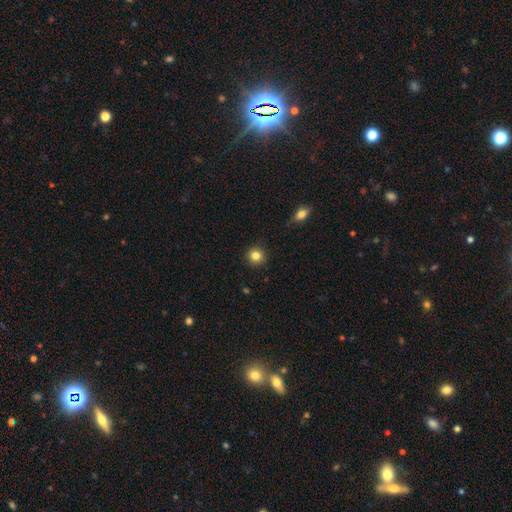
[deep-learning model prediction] The model was most divided on "smooth or featured": smooth: 84%, star or artifact: 11%, featured or disk: 5%. More confident: how rounded — round (93%); merging — none (91%).